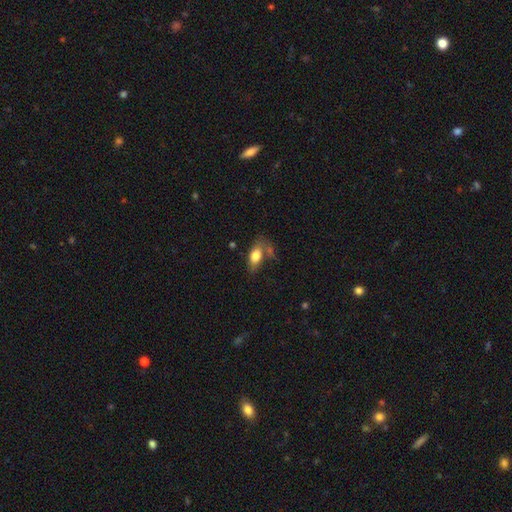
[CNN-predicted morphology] smooth-or-featured: smooth: 77% | featured or disk: 16% | star or artifact: 7%
  how-rounded: in between: 87% | round: 6% | cigar-shaped: 6%
  merging: none: 49% | minor disturbance: 22% | merger: 18% | major disturbance: 11%